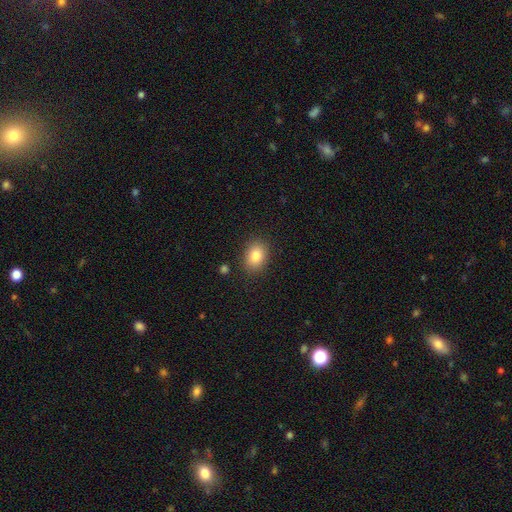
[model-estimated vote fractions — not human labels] A smooth galaxy with no disk features (83%) that is in between round and cigar-shaped (69%). Merging: none (86%).